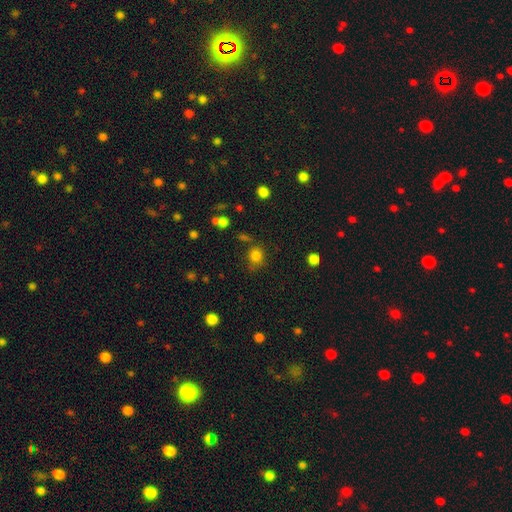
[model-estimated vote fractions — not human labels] Smooth or featured? Predicted: smooth (p=0.80). How rounded? Predicted: round (p=0.74). Merging? Predicted: none (p=0.71).